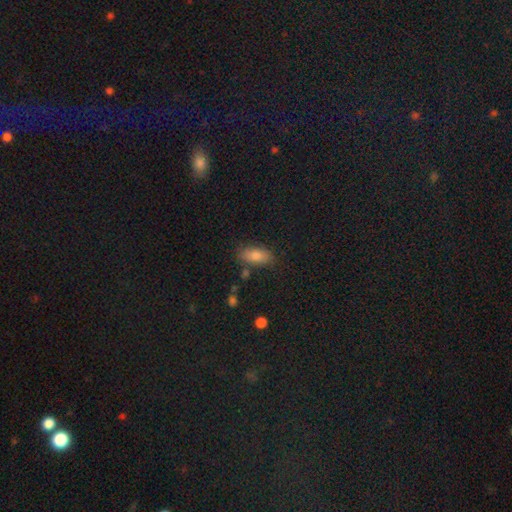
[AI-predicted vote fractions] smooth 80%, featured or disk 11%, star or artifact 9%. Down the decision tree: how rounded — in between (86%); merging — none (80%).